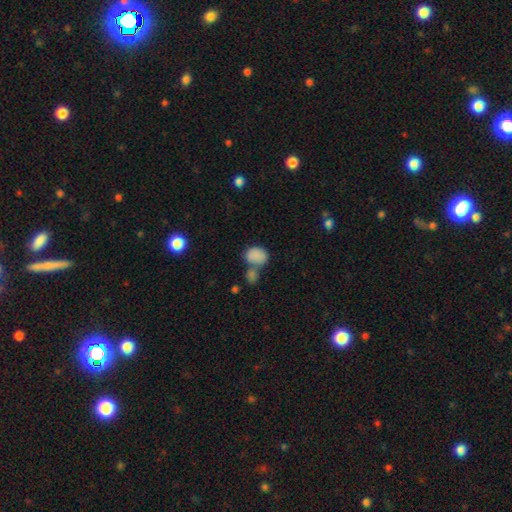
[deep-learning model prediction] A smooth galaxy with no disk features (83%) that is in between round and cigar-shaped (72%).

Vote fractions:
- Smooth or featured? smooth: 83% / star or artifact: 9% / featured or disk: 8%
- How rounded? in between: 72% / round: 27% / cigar-shaped: 1%
- Merging? merger: 42% / none: 37% / minor disturbance: 14% / major disturbance: 7%